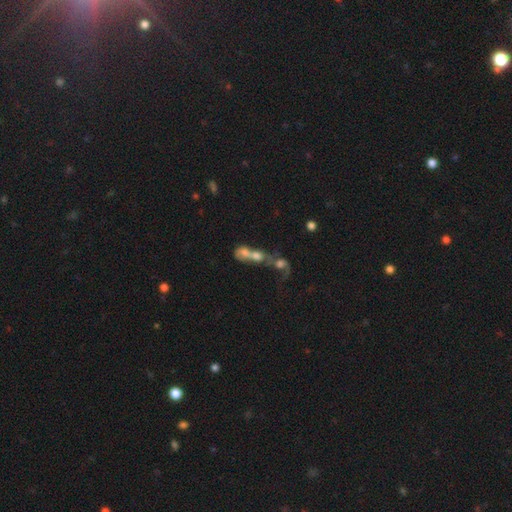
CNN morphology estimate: type=smooth (44%); merging=merger (82%).